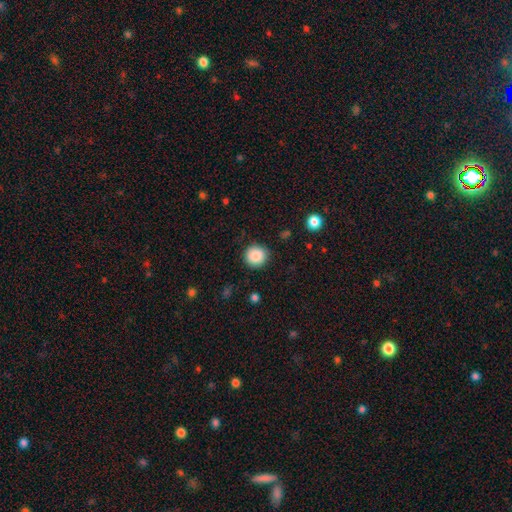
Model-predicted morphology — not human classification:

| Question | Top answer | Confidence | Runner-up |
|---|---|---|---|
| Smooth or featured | smooth | 87% | star or artifact (9%) |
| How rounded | round | 93% | in between (6%) |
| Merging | none | 89% | minor disturbance (7%) |